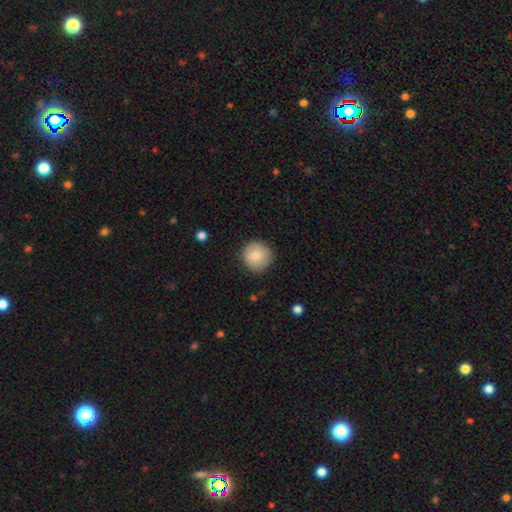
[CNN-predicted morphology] This appears to be a smooth galaxy with no disk features (83%) that is round (95%). Merging: none (88%).